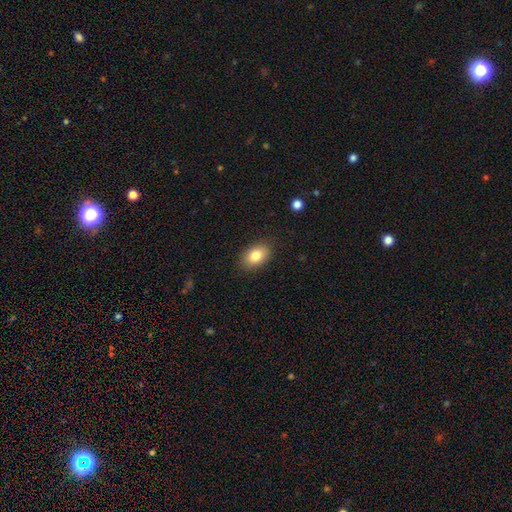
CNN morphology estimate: Smooth or featured: smooth — 83% (featured or disk — 9%)
How rounded: in between — 88% (round — 11%)
Merging: none — 86% (minor disturbance — 10%)